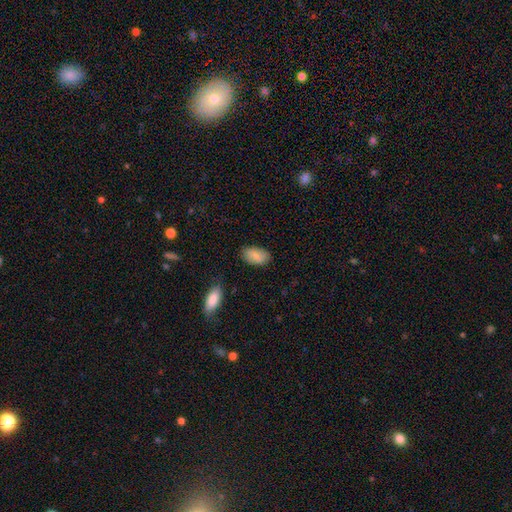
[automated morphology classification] Overall: smooth (84%). How rounded: in between (93%). Merging: none (80%).